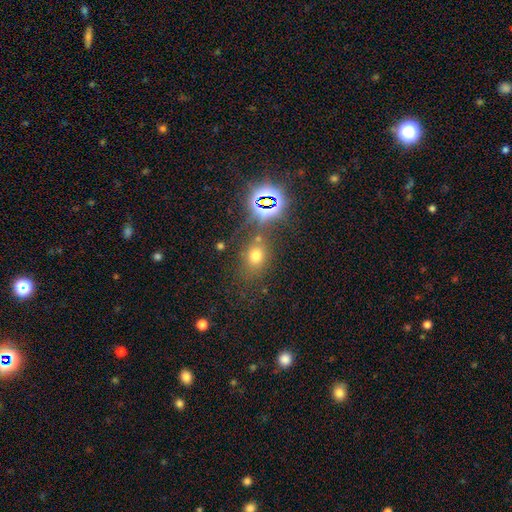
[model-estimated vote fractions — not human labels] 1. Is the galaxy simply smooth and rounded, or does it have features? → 63% smooth, 27% star or artifact, 10% featured or disk.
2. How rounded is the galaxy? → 50% in between, 48% round, 2% cigar-shaped.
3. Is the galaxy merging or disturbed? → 66% none, 14% minor disturbance, 13% merger, 7% major disturbance.